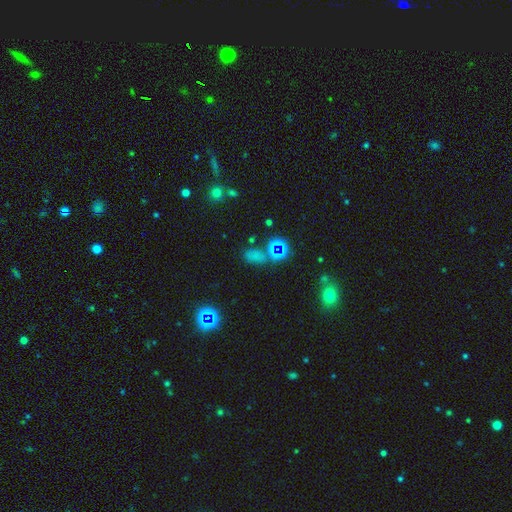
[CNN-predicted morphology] Smooth or featured? Predicted: smooth (p=0.47). Merging? Predicted: none (p=0.63).